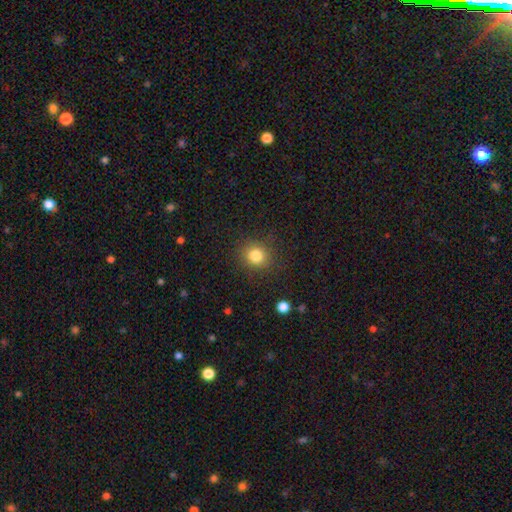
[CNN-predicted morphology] smooth 83%, star or artifact 12%, featured or disk 6%. Down the decision tree: how rounded — round (84%); merging — none (88%).